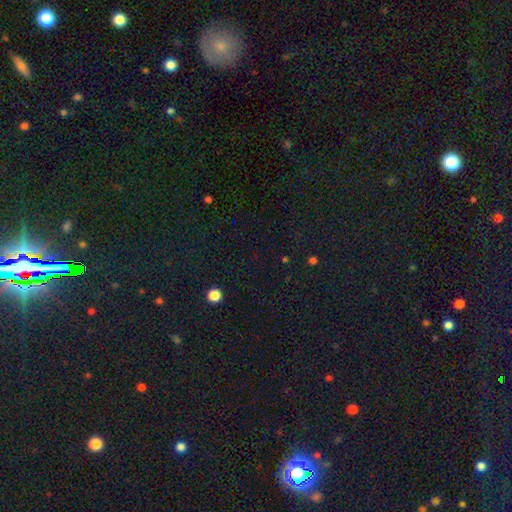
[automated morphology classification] Smooth or featured: star or artifact — 60% (smooth — 33%)